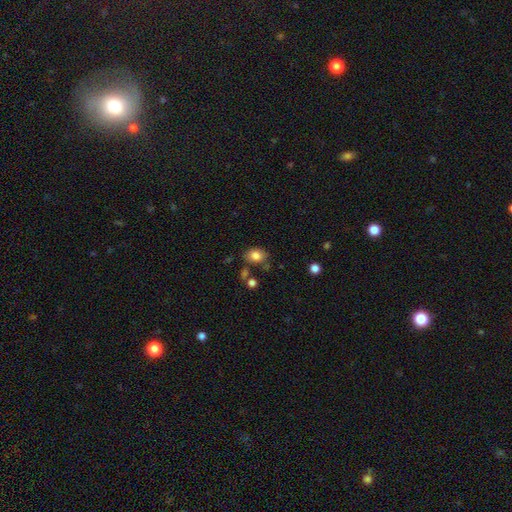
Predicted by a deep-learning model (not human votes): smooth-or-featured: smooth: 82% | star or artifact: 10% | featured or disk: 8%
  how-rounded: in between: 64% | round: 35% | cigar-shaped: 1%
  merging: none: 70% | minor disturbance: 17% | merger: 8% | major disturbance: 5%